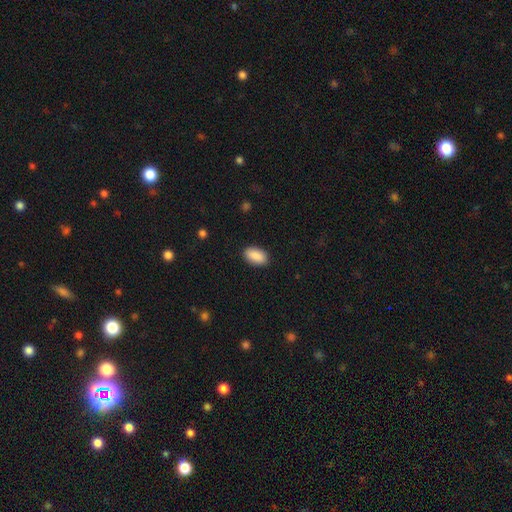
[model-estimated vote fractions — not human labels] Morphology: type=smooth (90%); roundness=in between (94%); merging=none (89%).